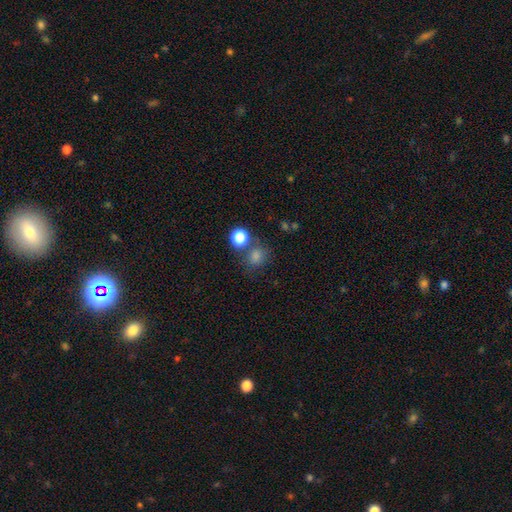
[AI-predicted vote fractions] Smooth or featured? Predicted: smooth (p=0.78). How rounded? Predicted: round (p=0.71). Merging? Predicted: none (p=0.62).